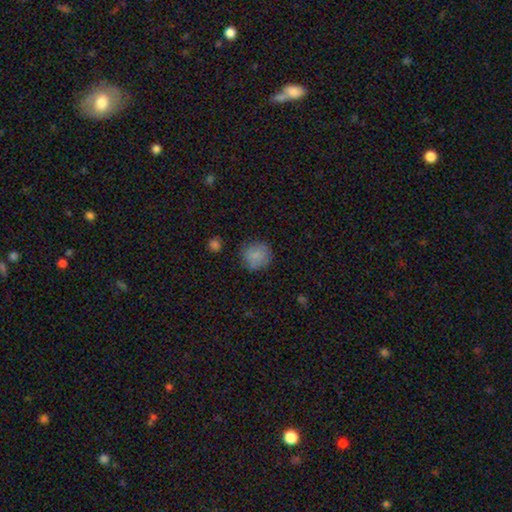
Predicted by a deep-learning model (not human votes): smooth-or-featured: smooth: 81% | star or artifact: 10% | featured or disk: 9%
  how-rounded: round: 90% | in between: 9% | cigar-shaped: 1%
  merging: none: 79% | minor disturbance: 15% | major disturbance: 4% | merger: 2%